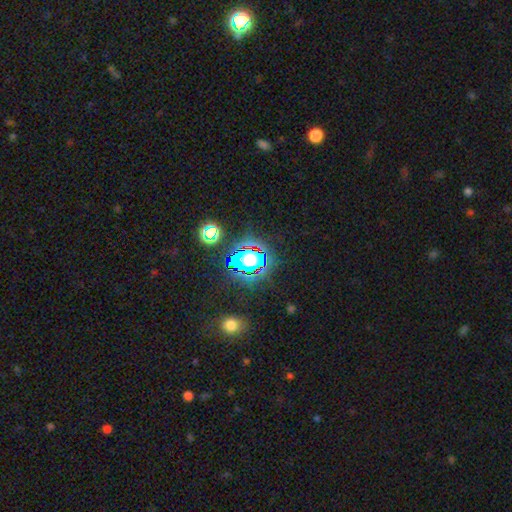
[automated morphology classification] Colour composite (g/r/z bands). It shows a star or artifact, not a galaxy (74%).